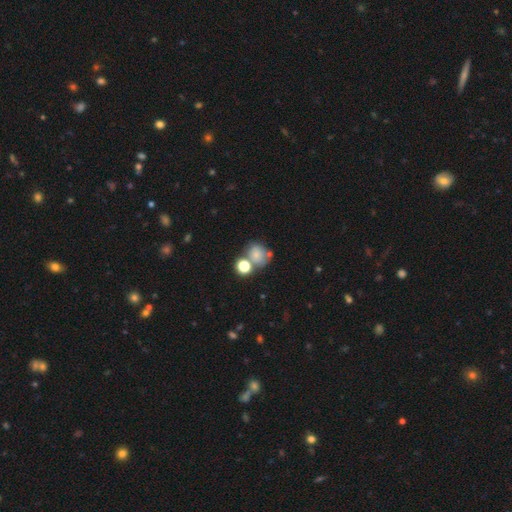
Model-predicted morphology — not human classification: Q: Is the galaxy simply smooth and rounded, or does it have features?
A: smooth — 72%.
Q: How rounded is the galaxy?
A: round — 73%.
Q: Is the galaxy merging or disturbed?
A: none — 47%.